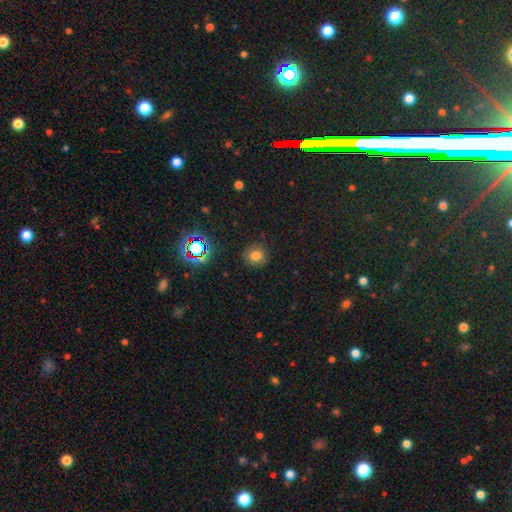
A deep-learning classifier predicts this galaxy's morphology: A smooth galaxy with no disk features (73%) that is round (84%).

Vote fractions:
- Smooth or featured? smooth: 73% / star or artifact: 19% / featured or disk: 8%
- How rounded? round: 84% / in between: 15% / cigar-shaped: 1%
- Merging? none: 84% / minor disturbance: 11% / major disturbance: 4% / merger: 1%